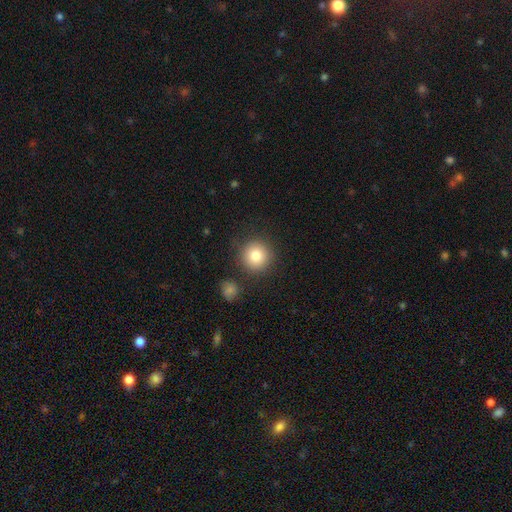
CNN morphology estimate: Smooth or featured? Predicted: smooth (p=0.83). How rounded? Predicted: round (p=0.94). Merging? Predicted: none (p=0.85).